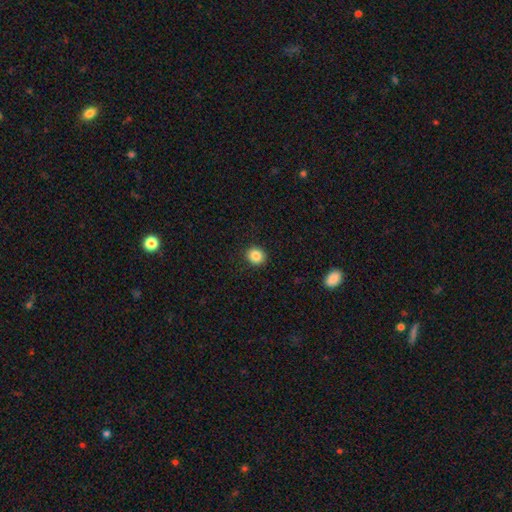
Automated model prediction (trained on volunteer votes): Morphology: type=smooth (86%); roundness=round (87%); merging=none (92%).